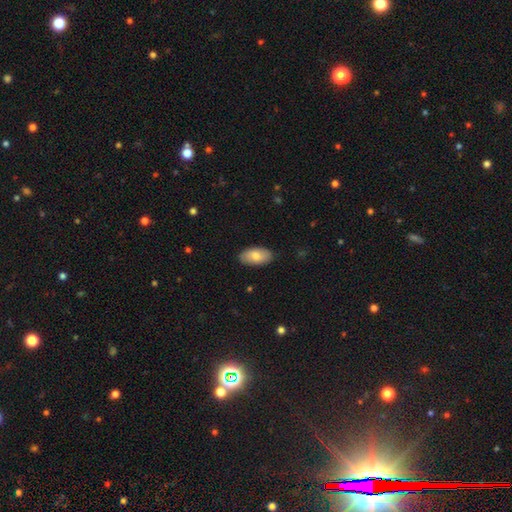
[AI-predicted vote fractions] Morphology: type=smooth (77%); roundness=in between (95%); merging=none (86%).